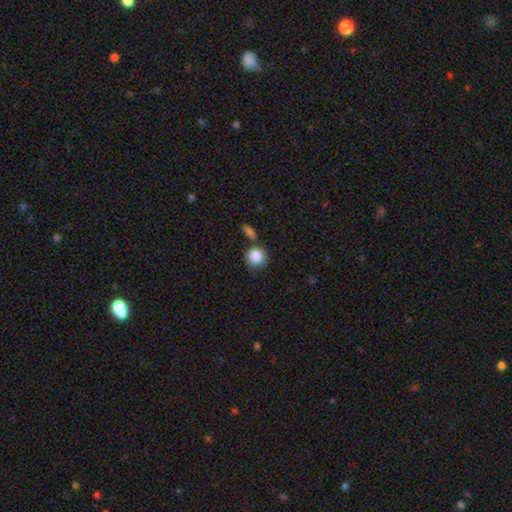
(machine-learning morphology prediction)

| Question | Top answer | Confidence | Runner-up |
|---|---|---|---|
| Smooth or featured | smooth | 86% | star or artifact (8%) |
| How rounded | round | 89% | in between (10%) |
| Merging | none | 71% | minor disturbance (14%) |